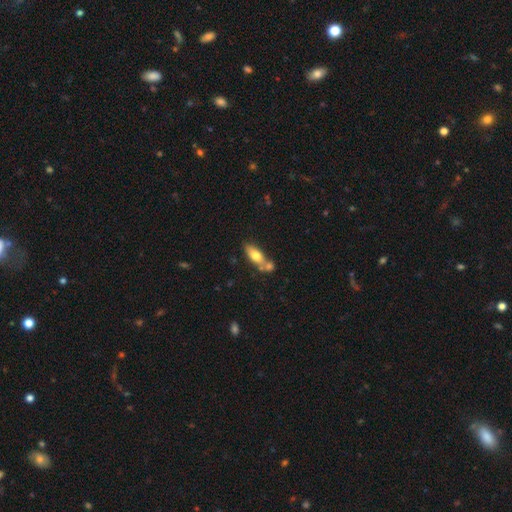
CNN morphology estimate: This appears to be a smooth galaxy with no disk features (67%) that is in between round and cigar-shaped (72%). Merging: none (44%).